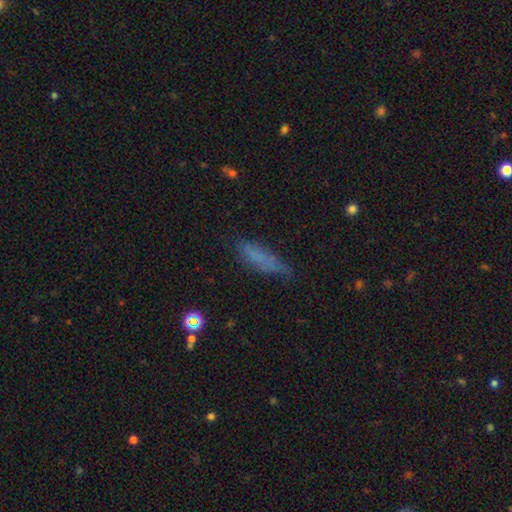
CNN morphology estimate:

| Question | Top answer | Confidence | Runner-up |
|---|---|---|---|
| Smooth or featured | smooth | 69% | featured or disk (19%) |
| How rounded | cigar-shaped | 65% | in between (32%) |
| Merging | none | 58% | minor disturbance (29%) |